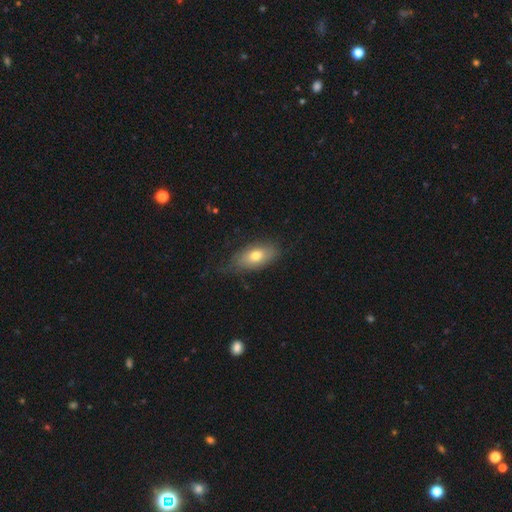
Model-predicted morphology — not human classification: Overall: smooth (70%). How rounded: in between (88%). Merging: none (67%).